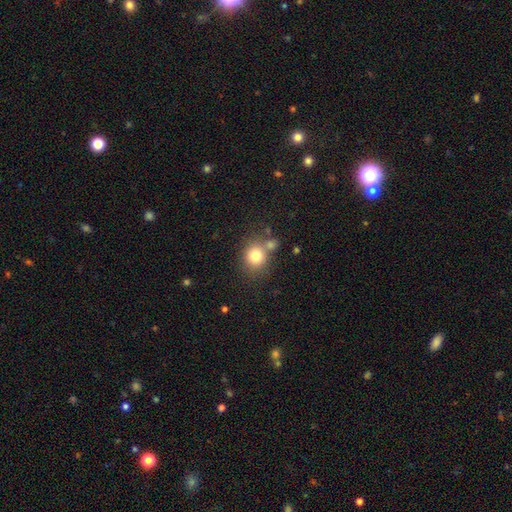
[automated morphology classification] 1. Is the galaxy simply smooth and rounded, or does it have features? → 80% smooth, 11% star or artifact, 9% featured or disk.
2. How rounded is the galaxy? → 78% round, 21% in between, 1% cigar-shaped.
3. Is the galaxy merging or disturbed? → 63% none, 20% merger, 13% minor disturbance, 5% major disturbance.